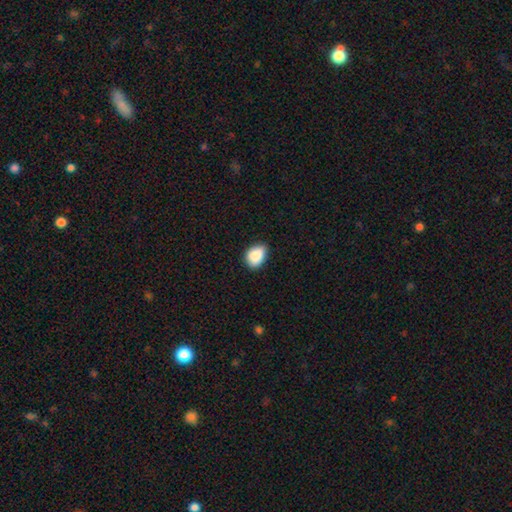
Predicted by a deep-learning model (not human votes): The model was most divided on "merging": none: 72%, minor disturbance: 24%, major disturbance: 3%, merger: 1%. More confident: smooth or featured — smooth (88%); how rounded — in between (76%).